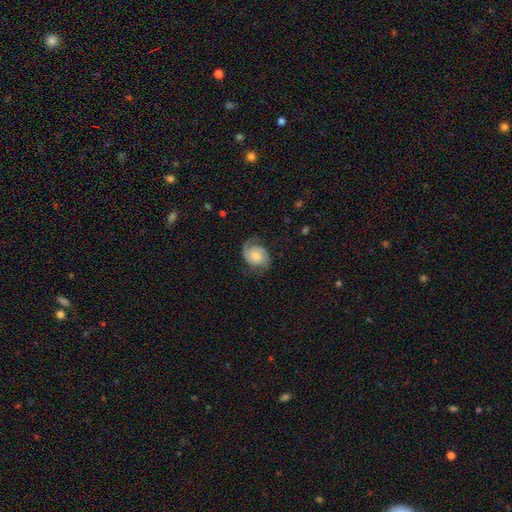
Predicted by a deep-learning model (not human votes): smooth-or-featured: featured or disk: 79% | smooth: 15% | star or artifact: 6%
  disk-edge-on: no: 98% | yes: 2%
    bar: no: 69% | weak: 26% | strong: 5%
    has-spiral-arms: yes: 96% | no: 4%
      spiral-winding: medium: 43% | tight: 39% | loose: 18%
      spiral-arm-count: 2: 85% | 1: 5% | can't tell: 5% | 3: 2% | 4: 1% | more than 4: 1%
    bulge-size: moderate: 44% (tied) | small: 44% (tied) | large: 6% | none: 5% | dominant: 2%
  merging: none: 71% | minor disturbance: 18% | major disturbance: 10% | merger: 1%